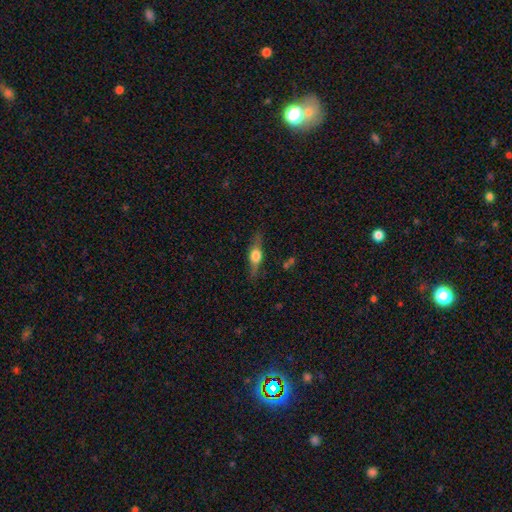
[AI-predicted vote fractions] featured or disk 57%, smooth 36%, star or artifact 7%. Down the decision tree: edge-on disk — yes (93%); edge-on bulge — rounded (93%); merging — none (81%).